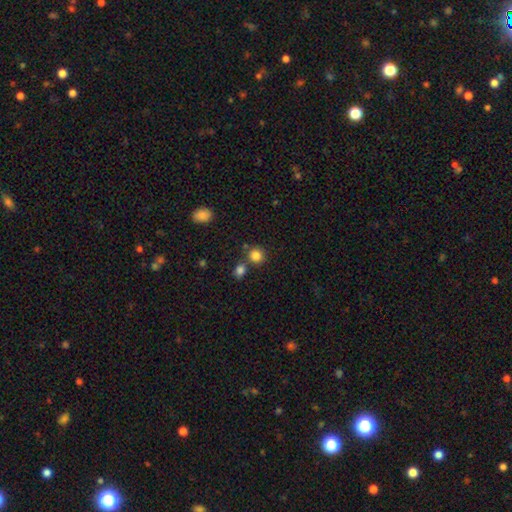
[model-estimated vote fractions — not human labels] Q: Smooth or featured?
A: smooth (84%); runner-up: star or artifact (11%)
Q: How rounded?
A: round (86%); runner-up: in between (13%)
Q: Merging?
A: none (70%); runner-up: merger (18%)